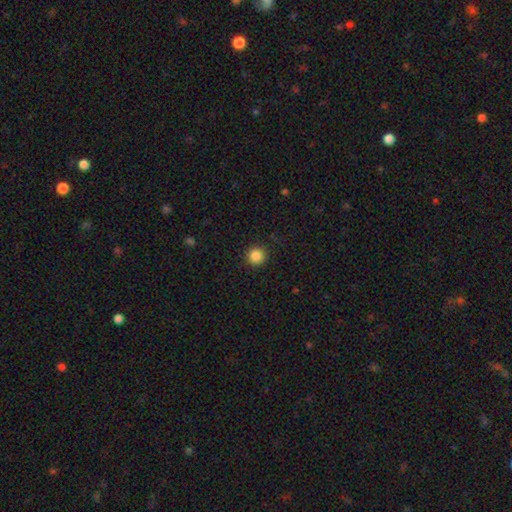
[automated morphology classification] Smooth or featured?
  - smooth: 86% *
  - star or artifact: 11%
  - featured or disk: 3%
How rounded?
  - round: 95% *
  - in between: 4%
  - cigar-shaped: 1%
Merging?
  - none: 92% *
  - minor disturbance: 5%
  - major disturbance: 2%
  - merger: 1%